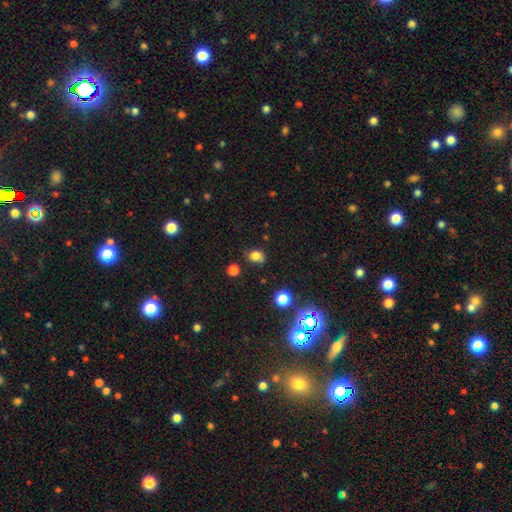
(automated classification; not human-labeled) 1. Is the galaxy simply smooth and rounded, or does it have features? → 78% smooth, 15% star or artifact, 7% featured or disk.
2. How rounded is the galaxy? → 52% in between, 47% round, 1% cigar-shaped.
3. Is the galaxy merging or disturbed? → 67% none, 21% minor disturbance, 6% merger, 5% major disturbance.